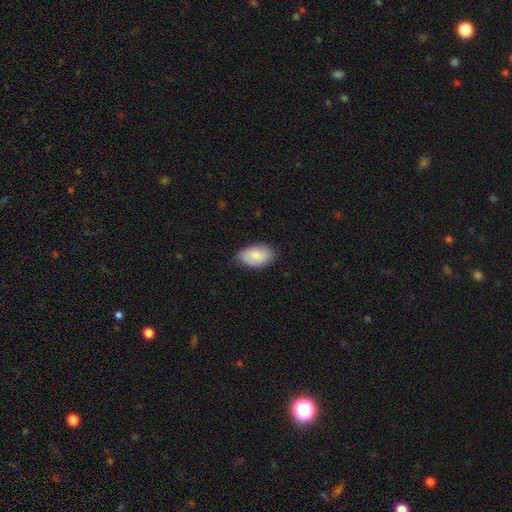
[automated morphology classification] smooth 81%, featured or disk 13%, star or artifact 6%. Down the decision tree: how rounded — in between (92%); merging — none (75%).